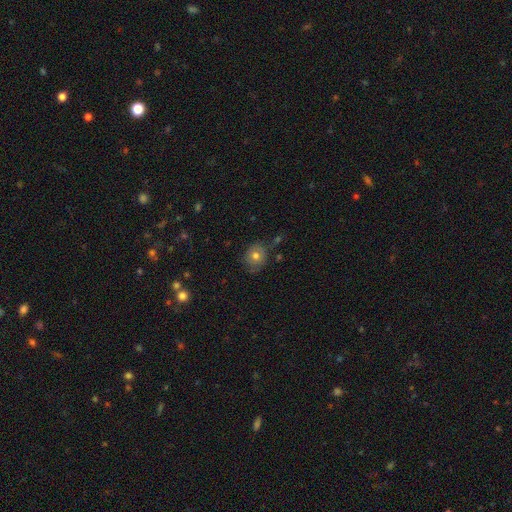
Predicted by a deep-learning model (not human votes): smooth_or_featured: smooth (p=0.70) [alt: featured or disk p=0.19]
how_rounded: round (p=0.74) [alt: in between p=0.25]
merging: none (p=0.72) [alt: minor disturbance p=0.19]